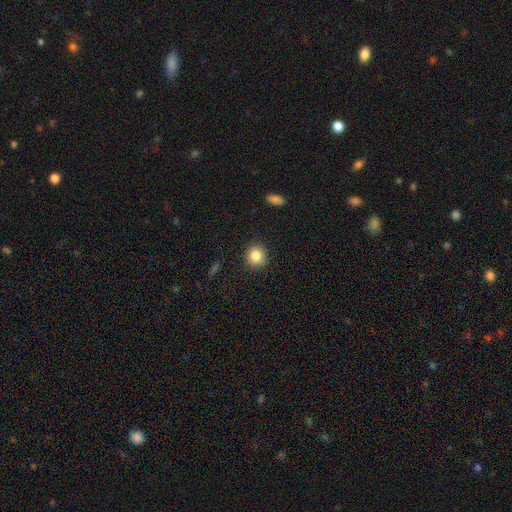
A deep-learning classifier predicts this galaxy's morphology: Smooth or featured? Predicted: smooth (p=0.85). How rounded? Predicted: round (p=0.88). Merging? Predicted: none (p=0.90).